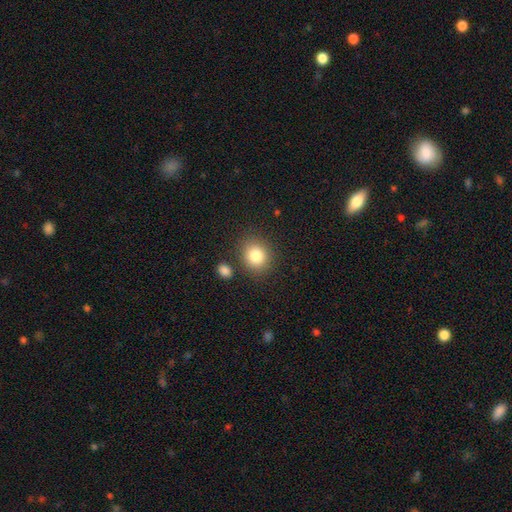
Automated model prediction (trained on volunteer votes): smooth 82%, star or artifact 11%, featured or disk 7%. Down the decision tree: how rounded — round (75%); merging — none (82%).